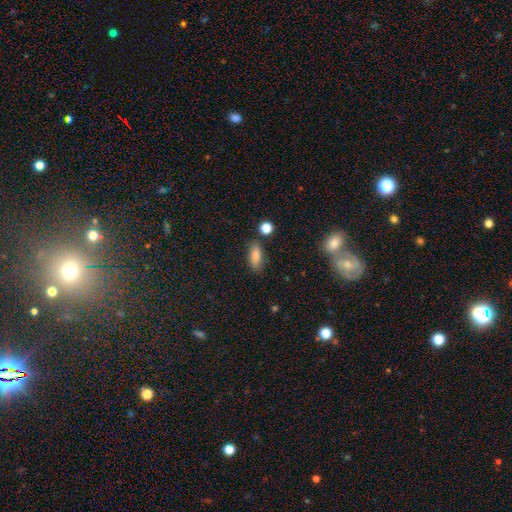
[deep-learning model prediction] smooth 85%, star or artifact 9%, featured or disk 6%. Down the decision tree: how rounded — in between (79%); merging — none (78%).